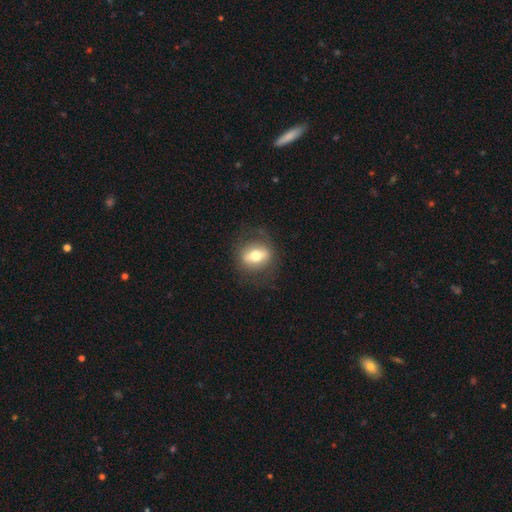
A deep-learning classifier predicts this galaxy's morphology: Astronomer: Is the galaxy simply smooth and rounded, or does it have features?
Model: smooth — 54% (runner-up: featured or disk, 38%).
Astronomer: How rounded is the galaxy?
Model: in between — 53% (runner-up: round, 43%).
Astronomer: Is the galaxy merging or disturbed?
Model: none — 80%.